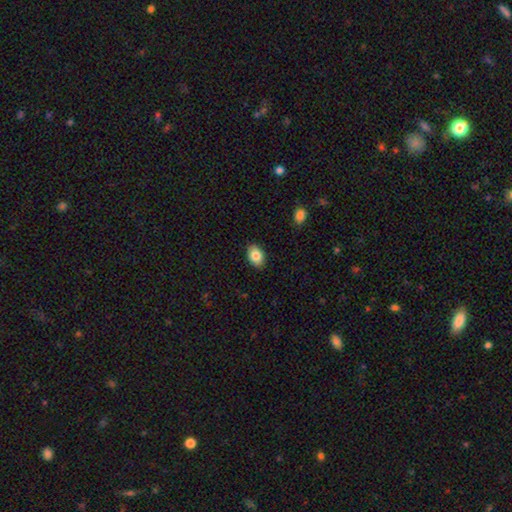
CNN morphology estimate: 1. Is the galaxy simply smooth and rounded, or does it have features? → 84% smooth, 8% featured or disk, 8% star or artifact.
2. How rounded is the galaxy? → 84% in between, 15% round, 1% cigar-shaped.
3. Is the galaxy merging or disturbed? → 88% none, 9% minor disturbance, 2% major disturbance, 1% merger.